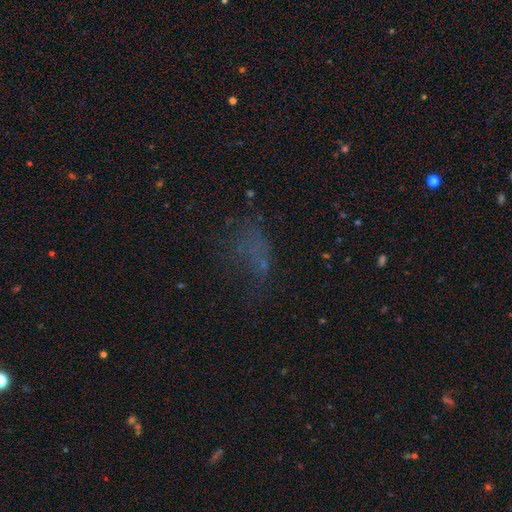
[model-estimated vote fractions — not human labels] Morphology: type=smooth (39%); merging=none (45%).